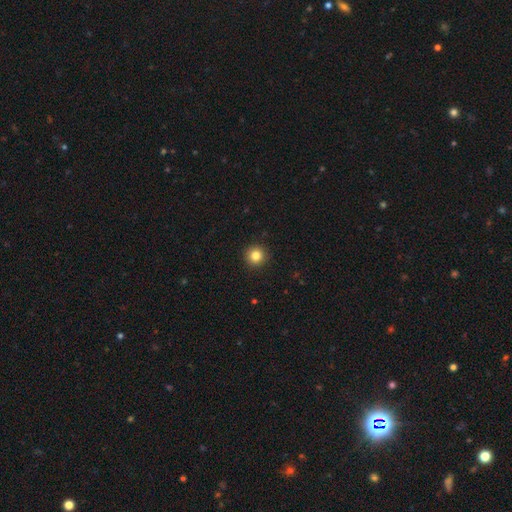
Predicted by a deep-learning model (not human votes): smooth-or-featured: smooth: 83% | star or artifact: 11% | featured or disk: 6%
  how-rounded: round: 95% | in between: 4% | cigar-shaped: 1%
  merging: none: 93% | minor disturbance: 4% | major disturbance: 2% | merger: 1%